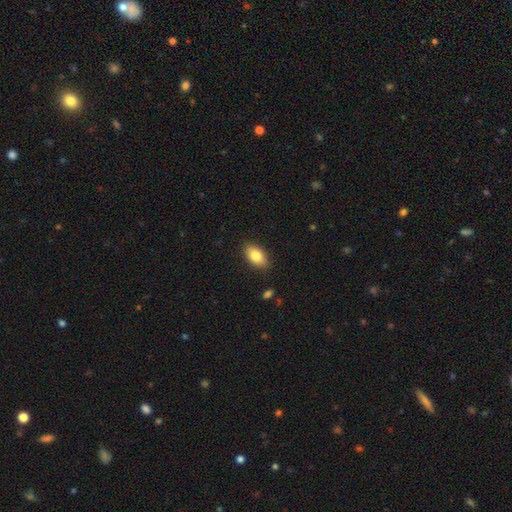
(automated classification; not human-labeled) This is clearly a smooth galaxy (83%). How rounded: clearly in between (92%). Merging: clearly none (87%).